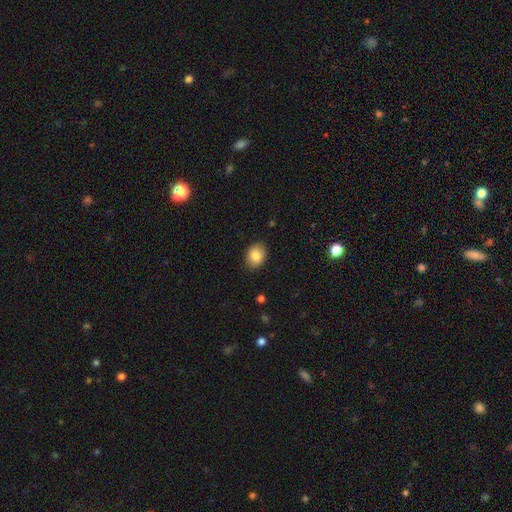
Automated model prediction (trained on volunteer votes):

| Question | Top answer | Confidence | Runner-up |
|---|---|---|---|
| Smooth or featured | smooth | 85% | star or artifact (8%) |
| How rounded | in between | 63% | round (36%) |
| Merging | none | 87% | minor disturbance (10%) |